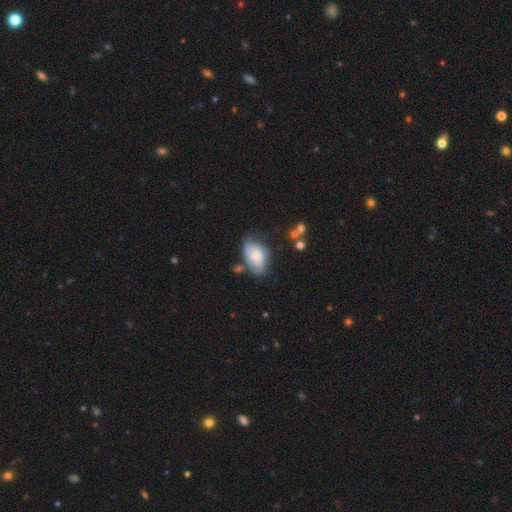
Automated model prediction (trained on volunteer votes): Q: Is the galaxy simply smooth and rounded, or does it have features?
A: smooth — 60%.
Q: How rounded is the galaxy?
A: in between — 90%.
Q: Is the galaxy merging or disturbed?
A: none — 51%.